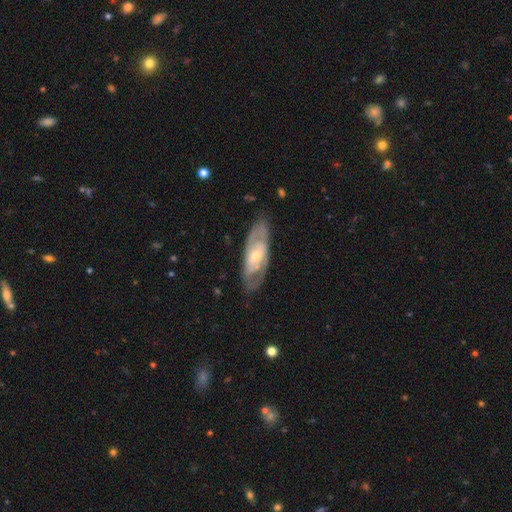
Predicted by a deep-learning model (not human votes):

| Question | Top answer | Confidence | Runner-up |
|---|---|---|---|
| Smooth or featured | featured or disk | 70% | smooth (25%) |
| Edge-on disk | no | 81% | yes (19%) |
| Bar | no | 67% | weak (25%) |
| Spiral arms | yes | 67% | no (33%) |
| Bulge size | moderate | 49% | small (46%) |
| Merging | none | 77% | minor disturbance (16%) |